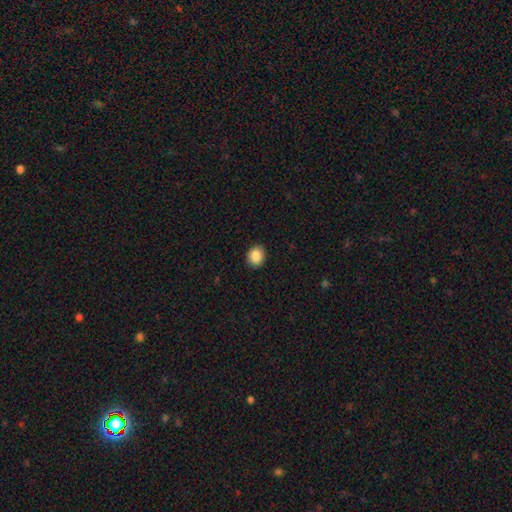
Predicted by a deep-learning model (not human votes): A smooth galaxy with no disk features (88%) that is round (60%).

Vote fractions:
- Smooth or featured? smooth: 88% / star or artifact: 8% / featured or disk: 4%
- How rounded? round: 60% / in between: 39% / cigar-shaped: 1%
- Merging? none: 91% / minor disturbance: 7% / major disturbance: 2% / merger: 1%